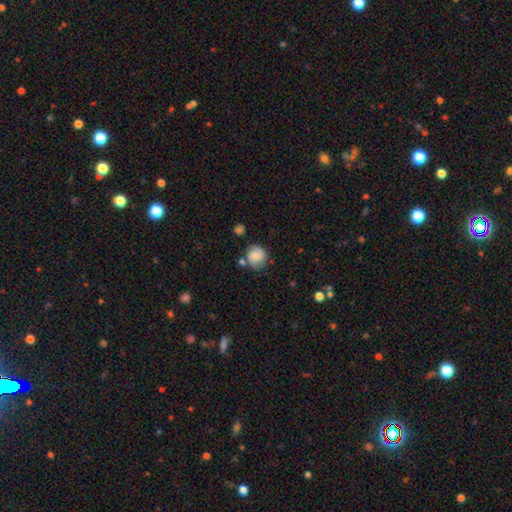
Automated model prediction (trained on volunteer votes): smooth-or-featured: smooth: 76% | featured or disk: 16% | star or artifact: 9%
  how-rounded: round: 85% | in between: 14% | cigar-shaped: 1%
  merging: none: 68% | minor disturbance: 19% | merger: 8% | major disturbance: 5%